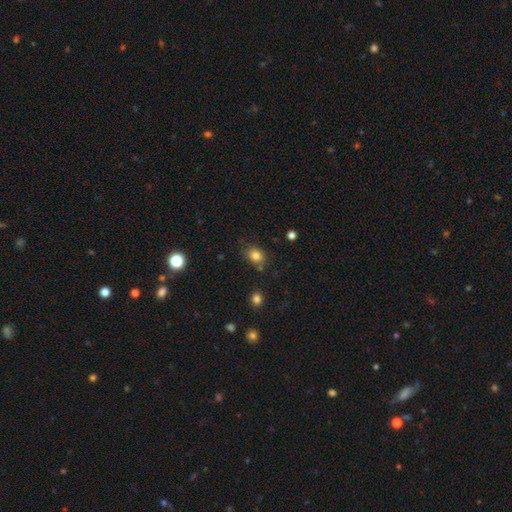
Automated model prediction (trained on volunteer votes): Morphology: type=smooth (81%); roundness=round (53%); merging=none (76%).